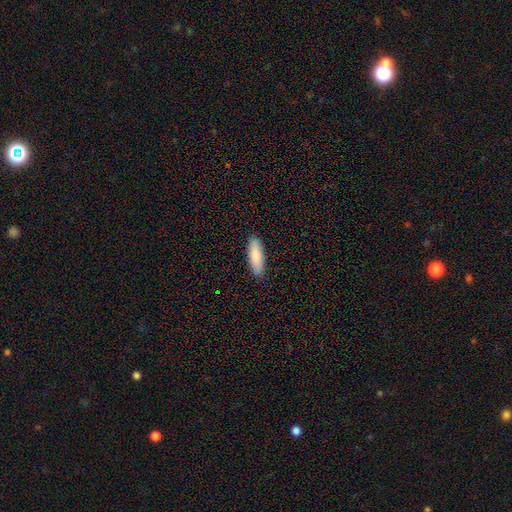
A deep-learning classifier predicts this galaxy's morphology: Smooth or featured: smooth — 87% (featured or disk — 7%)
How rounded: in between — 60% (cigar-shaped — 39%)
Merging: none — 90% (minor disturbance — 8%)